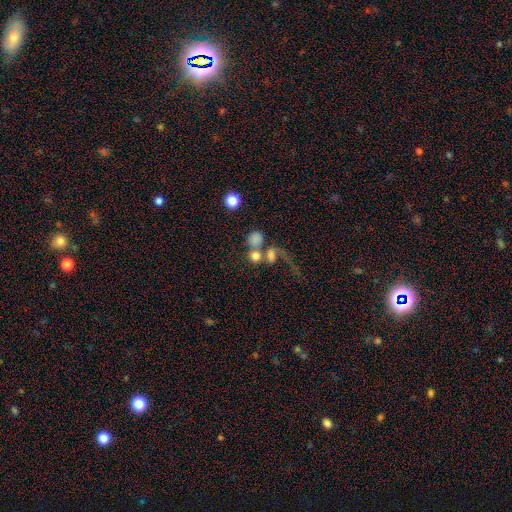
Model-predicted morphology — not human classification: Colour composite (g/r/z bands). It shows a smooth galaxy with no disk features (69%) that is round (78%). Merging: merger (52%).